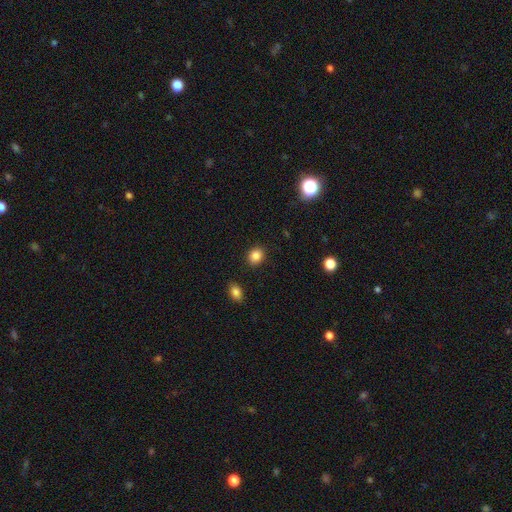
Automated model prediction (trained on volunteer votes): The model was most divided on "how rounded": round: 66%, in between: 33%, cigar-shaped: 1%. More confident: merging — none (89%); smooth or featured — smooth (86%).